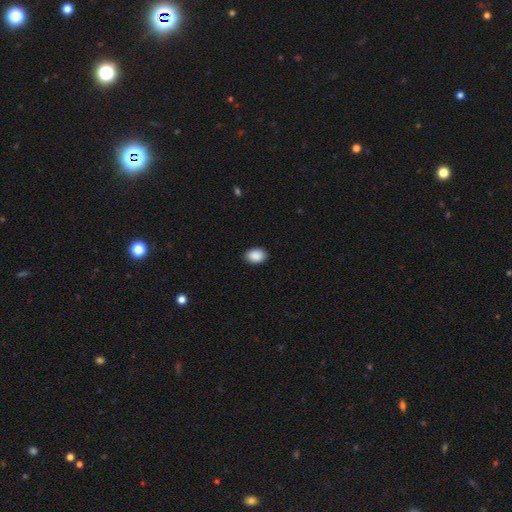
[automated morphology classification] Smooth or featured? Predicted: smooth (p=0.90). How rounded? Predicted: in between (p=0.77). Merging? Predicted: none (p=0.90).